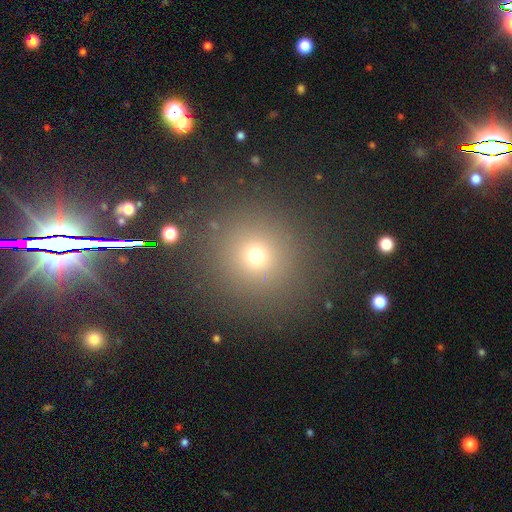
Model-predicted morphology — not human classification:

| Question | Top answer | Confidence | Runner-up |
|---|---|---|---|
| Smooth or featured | smooth | 67% | star or artifact (25%) |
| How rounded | round | 93% | in between (6%) |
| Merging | none | 88% | minor disturbance (6%) |